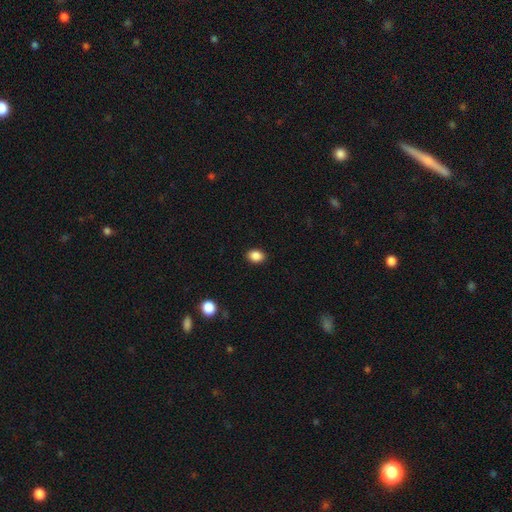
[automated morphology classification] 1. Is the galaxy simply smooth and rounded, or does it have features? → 88% smooth, 9% star or artifact, 3% featured or disk.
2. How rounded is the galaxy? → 69% in between, 30% round, 1% cigar-shaped.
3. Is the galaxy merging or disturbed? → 90% none, 7% minor disturbance, 2% major disturbance, 1% merger.